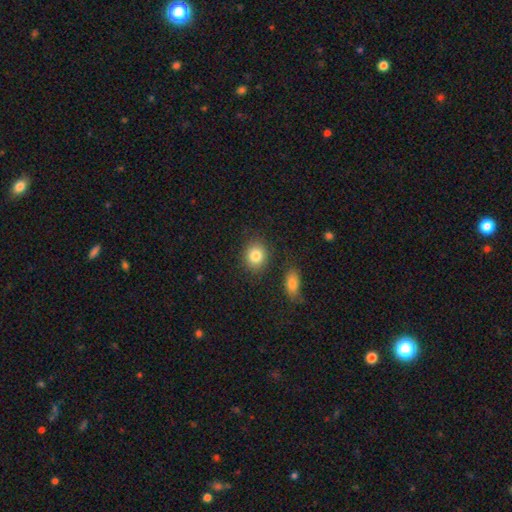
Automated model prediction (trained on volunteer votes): Smooth or featured? Predicted: smooth (p=0.84). How rounded? Predicted: round (p=0.66). Merging? Predicted: none (p=0.83).